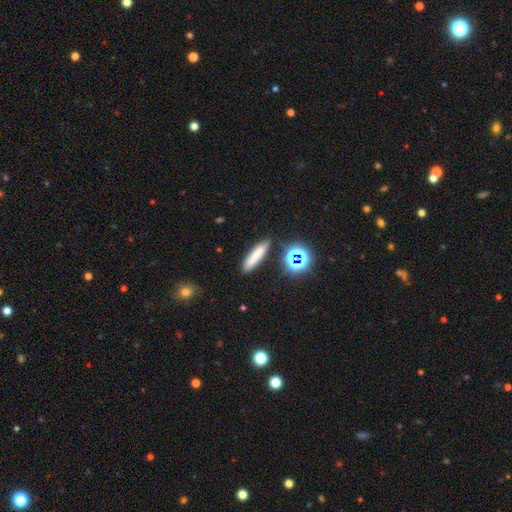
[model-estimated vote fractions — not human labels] This appears to be a smooth galaxy with no disk features (73%) that is cigar-shaped (82%). Merging: none (83%).